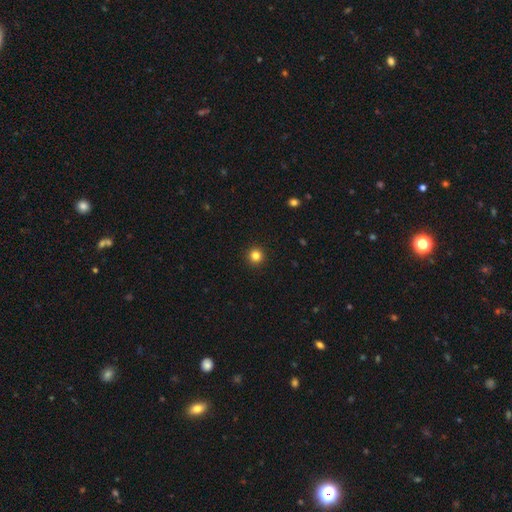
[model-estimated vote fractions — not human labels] This is clearly a smooth galaxy (83%). How rounded: clearly round (96%). Merging: clearly none (93%).